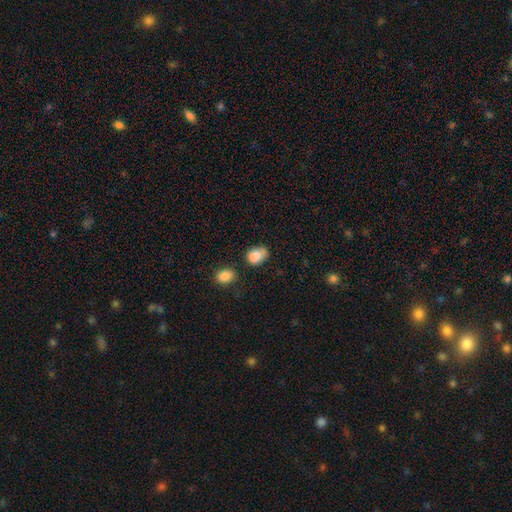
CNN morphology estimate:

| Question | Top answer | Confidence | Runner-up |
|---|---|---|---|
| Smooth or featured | smooth | 84% | star or artifact (8%) |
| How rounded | in between | 67% | round (32%) |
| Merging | none | 52% | minor disturbance (30%) |